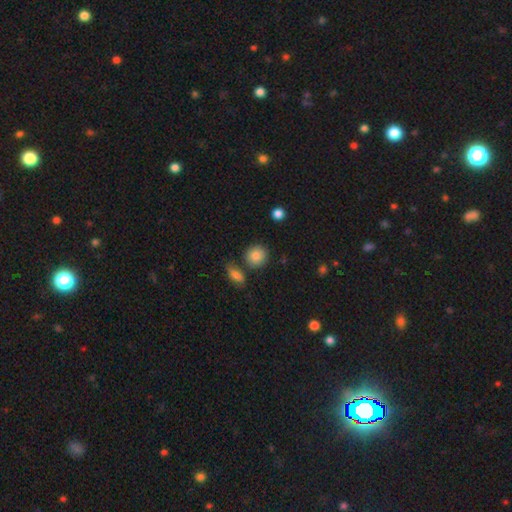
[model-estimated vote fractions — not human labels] A smooth galaxy with no disk features (86%) that is round (86%).

Vote fractions:
- Smooth or featured? smooth: 86% / star or artifact: 9% / featured or disk: 6%
- How rounded? round: 86% / in between: 13% / cigar-shaped: 1%
- Merging? none: 78% / minor disturbance: 11% / merger: 8% / major disturbance: 3%